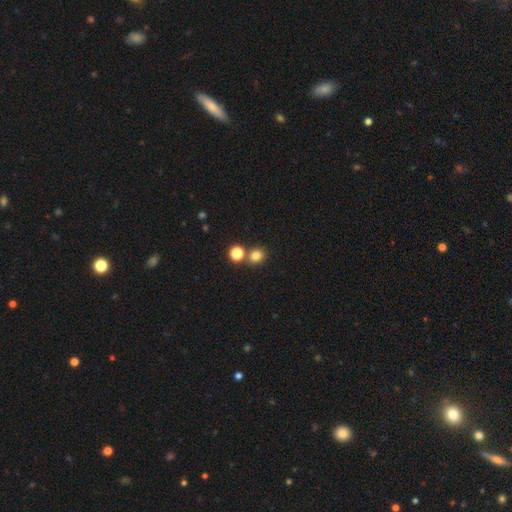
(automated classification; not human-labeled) This is likely a smooth galaxy (80%). How rounded: clearly round (86%). Merging: likely none (71%).